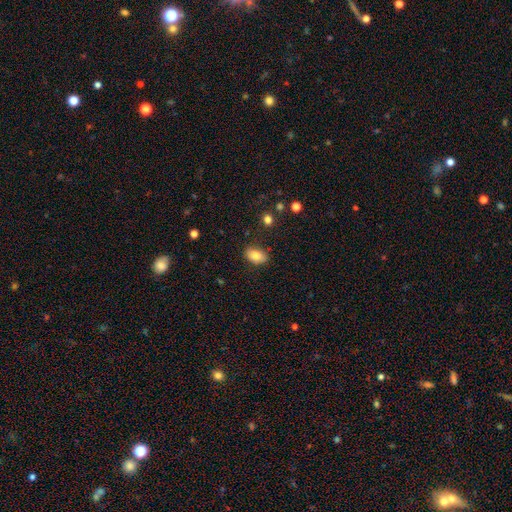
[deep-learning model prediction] smooth_or_featured: smooth (p=0.83) [alt: featured or disk p=0.09]
how_rounded: in between (p=0.90) [alt: round p=0.08]
merging: none (p=0.82) [alt: minor disturbance p=0.13]